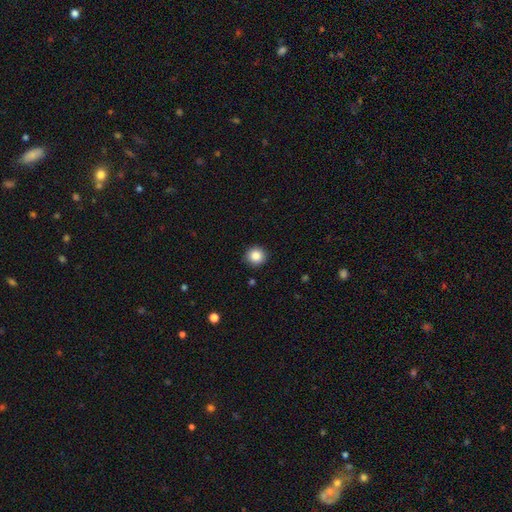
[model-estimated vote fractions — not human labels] smooth 86%, star or artifact 10%, featured or disk 5%. Down the decision tree: how rounded — round (94%); merging — none (91%).